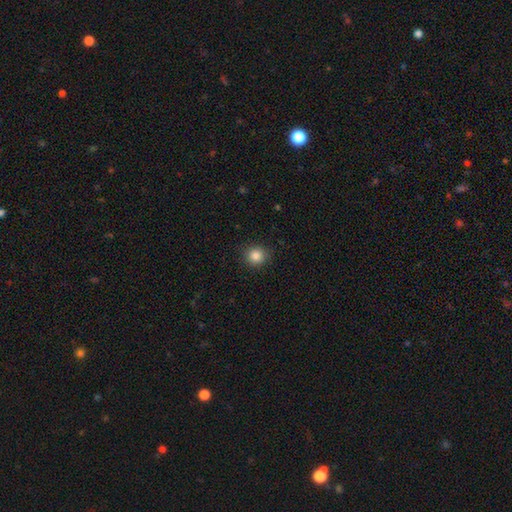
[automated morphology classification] Smooth or featured: smooth — 85% (star or artifact — 10%)
How rounded: round — 90% (in between — 9%)
Merging: none — 89% (minor disturbance — 7%)